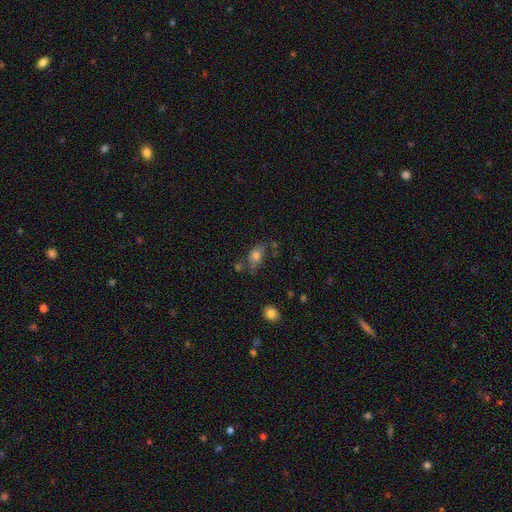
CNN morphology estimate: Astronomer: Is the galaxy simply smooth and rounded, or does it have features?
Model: smooth — 75%.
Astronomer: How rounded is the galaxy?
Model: in between — 81%.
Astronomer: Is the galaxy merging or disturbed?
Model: none — 54%.